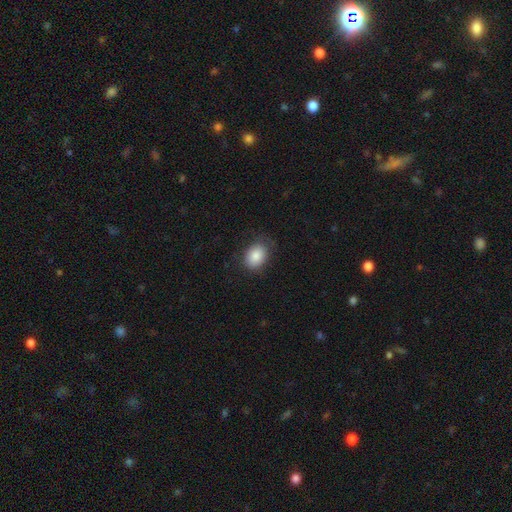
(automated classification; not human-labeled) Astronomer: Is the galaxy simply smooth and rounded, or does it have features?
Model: smooth — 85%.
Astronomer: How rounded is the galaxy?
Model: in between — 68%.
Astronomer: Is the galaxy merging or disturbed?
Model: none — 74%.